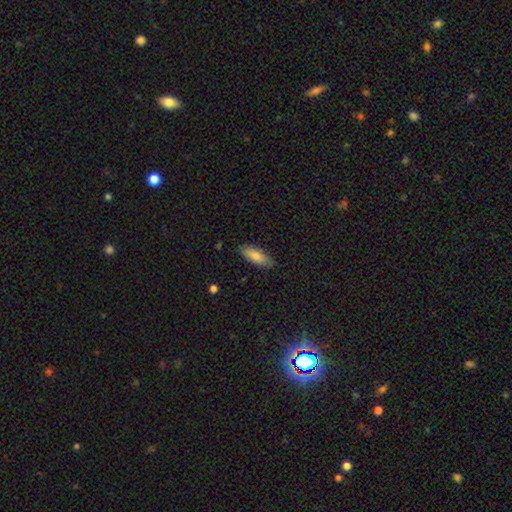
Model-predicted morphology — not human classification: Smooth or featured?
  - smooth: 85% *
  - featured or disk: 10%
  - star or artifact: 6%
How rounded?
  - in between: 70% *
  - cigar-shaped: 29%
  - round: 2%
Merging?
  - none: 85% *
  - minor disturbance: 12%
  - major disturbance: 2%
  - merger: 1%